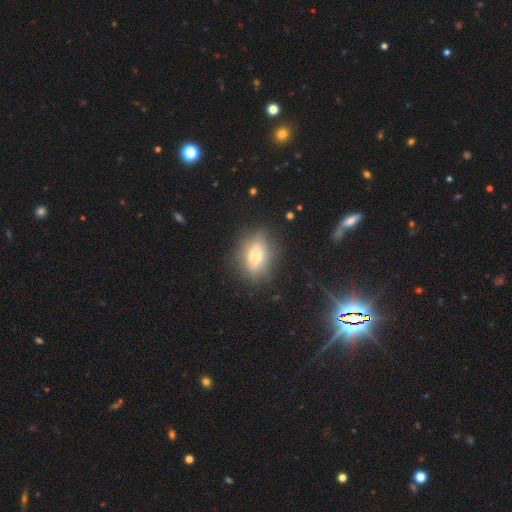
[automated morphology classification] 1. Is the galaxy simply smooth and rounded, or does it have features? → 56% smooth, 33% featured or disk, 11% star or artifact.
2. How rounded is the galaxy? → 76% in between, 16% round, 8% cigar-shaped.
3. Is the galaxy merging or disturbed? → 63% none, 22% minor disturbance, 10% major disturbance, 6% merger.